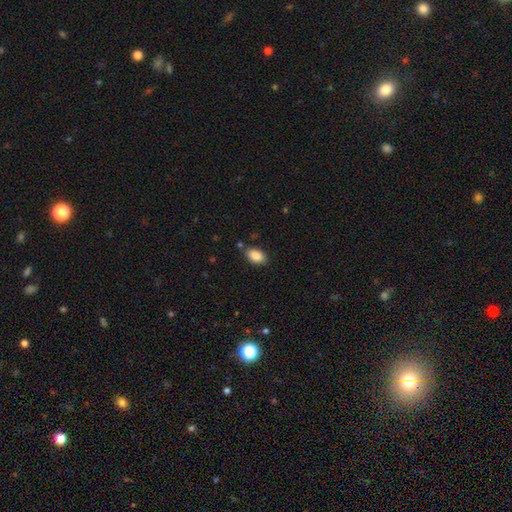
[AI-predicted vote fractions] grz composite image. It shows a smooth galaxy with no disk features (88%) that is in between round and cigar-shaped (91%). Merging: none (81%).